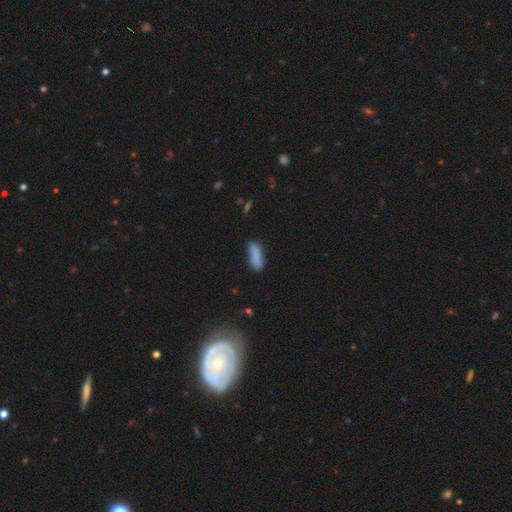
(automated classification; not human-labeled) A smooth galaxy with no disk features (81%) that is in between round and cigar-shaped (59%). Merging: none (65%).